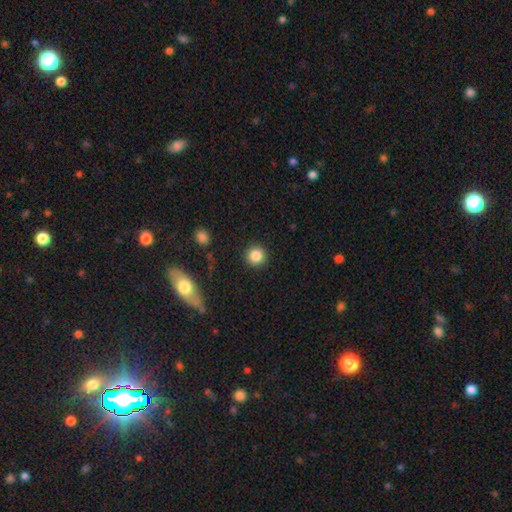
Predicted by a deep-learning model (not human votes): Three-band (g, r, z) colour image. It shows a smooth galaxy with no disk features (84%) that is round (95%). Merging: none (92%).